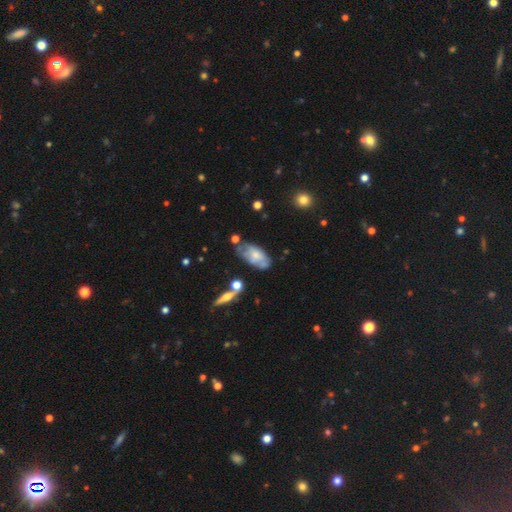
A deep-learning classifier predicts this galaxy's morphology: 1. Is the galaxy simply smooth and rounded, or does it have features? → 52% smooth, 41% featured or disk, 7% star or artifact.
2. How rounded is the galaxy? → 91% in between, 6% cigar-shaped, 3% round.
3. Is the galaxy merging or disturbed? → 51% none, 29% minor disturbance, 11% merger, 10% major disturbance.